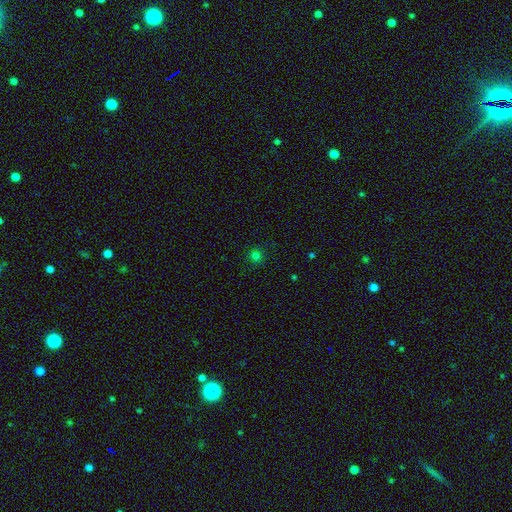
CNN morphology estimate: Overall: smooth (76%). How rounded: round (91%). Merging: none (89%).